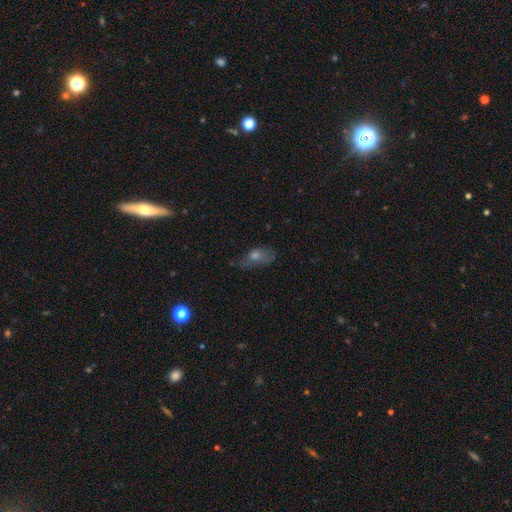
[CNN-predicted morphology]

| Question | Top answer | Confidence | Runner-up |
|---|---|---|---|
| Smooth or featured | smooth | 52% | featured or disk (30%) |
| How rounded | in between | 76% | round (14%) |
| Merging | none | 53% | minor disturbance (28%) |